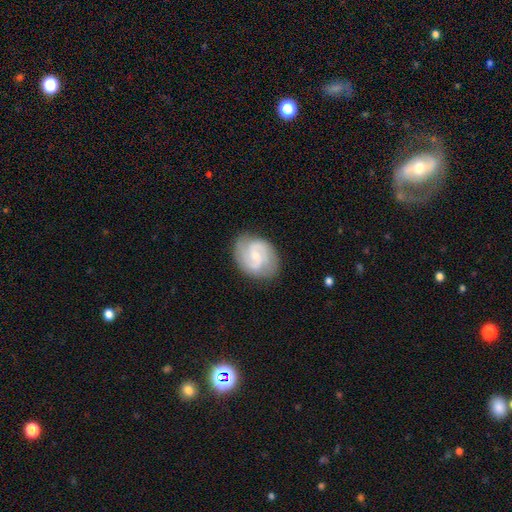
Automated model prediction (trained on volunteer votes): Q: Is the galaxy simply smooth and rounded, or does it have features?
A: featured or disk — 78%.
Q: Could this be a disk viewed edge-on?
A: no — 98%.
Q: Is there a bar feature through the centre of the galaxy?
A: weak — 54%.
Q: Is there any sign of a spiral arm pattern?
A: yes — 95%.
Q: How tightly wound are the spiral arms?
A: medium — 51%.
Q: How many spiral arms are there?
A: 2 — 82%.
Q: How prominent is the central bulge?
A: small — 62%.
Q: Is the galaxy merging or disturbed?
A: none — 80%.